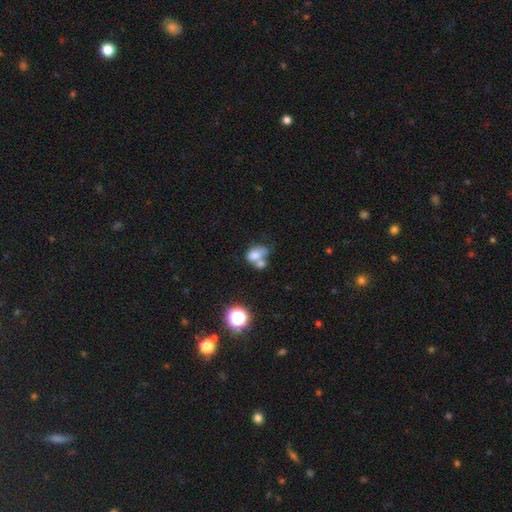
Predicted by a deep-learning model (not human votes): smooth_or_featured: smooth (p=0.70) [alt: featured or disk p=0.18]
how_rounded: in between (p=0.77) [alt: round p=0.21]
merging: merger (p=0.56) [alt: none p=0.23]